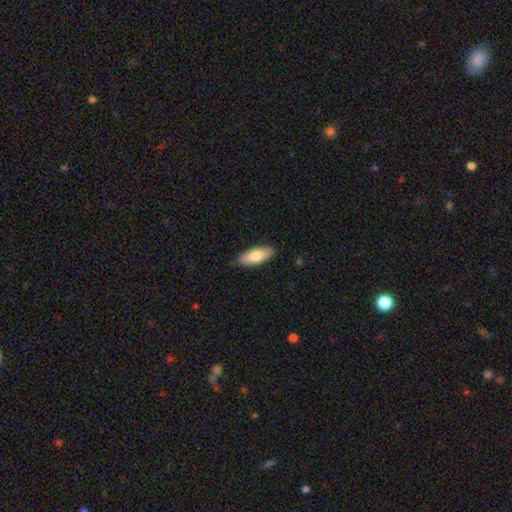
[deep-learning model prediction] This appears to be a smooth galaxy with no disk features (77%) that is in between round and cigar-shaped (78%). Merging: none (88%).